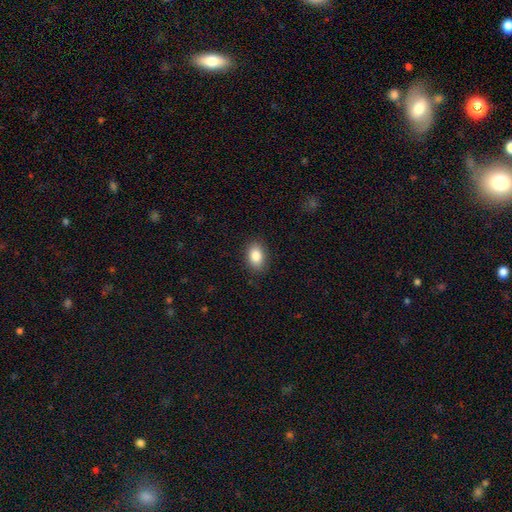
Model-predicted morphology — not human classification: type=smooth (86%); roundness=in between (82%); merging=none (87%).